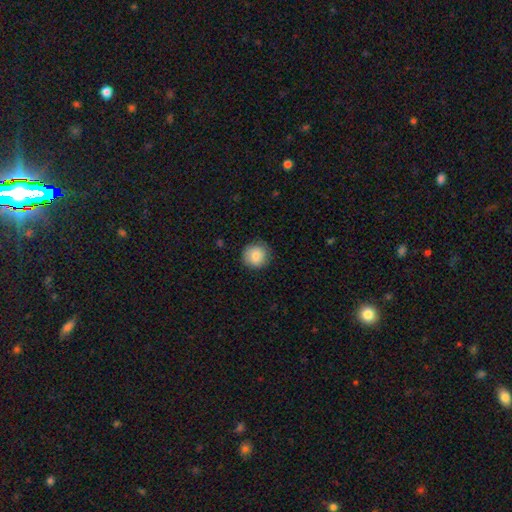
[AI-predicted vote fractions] smooth 84%, featured or disk 8%, star or artifact 8%. Down the decision tree: how rounded — round (91%); merging — none (86%).